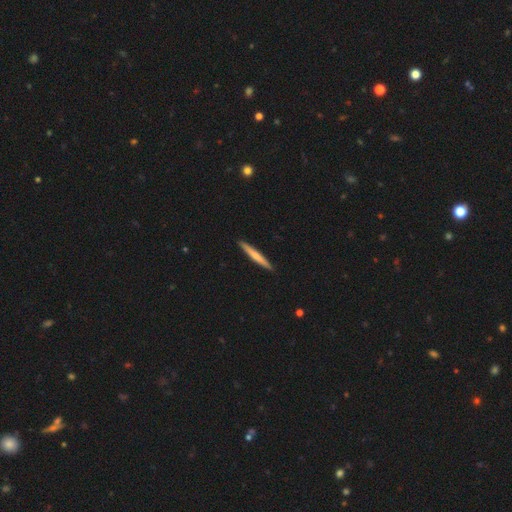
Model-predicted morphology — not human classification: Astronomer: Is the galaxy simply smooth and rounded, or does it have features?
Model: smooth — 60% (runner-up: featured or disk, 35%).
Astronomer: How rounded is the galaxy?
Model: cigar-shaped — 96%.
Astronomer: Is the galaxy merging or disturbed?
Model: none — 92%.